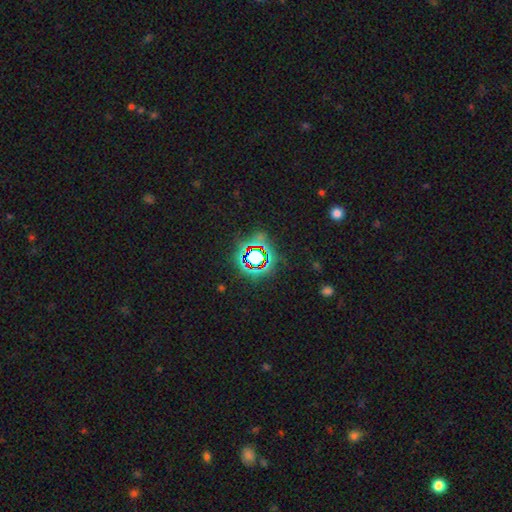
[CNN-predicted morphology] Smooth or featured?
  - star or artifact: 74% *
  - smooth: 16%
  - featured or disk: 10%